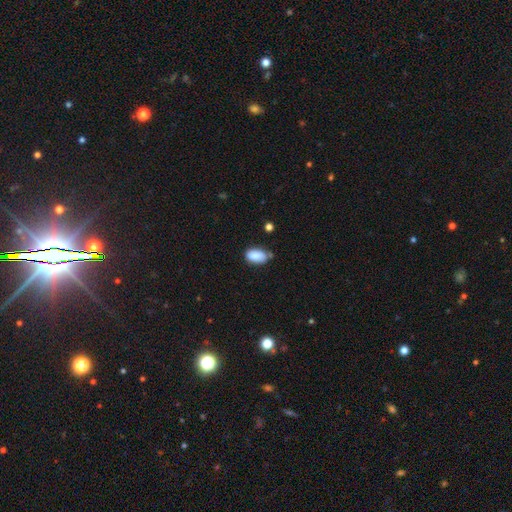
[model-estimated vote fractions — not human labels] smooth 85%, star or artifact 8%, featured or disk 7%. Down the decision tree: how rounded — in between (92%); merging — none (58%).